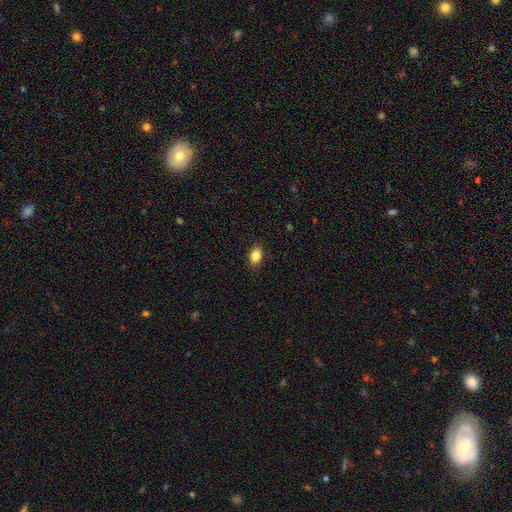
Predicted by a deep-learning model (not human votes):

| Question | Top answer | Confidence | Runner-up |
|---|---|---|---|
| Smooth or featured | smooth | 84% | star or artifact (9%) |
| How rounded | in between | 80% | round (18%) |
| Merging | none | 88% | minor disturbance (9%) |